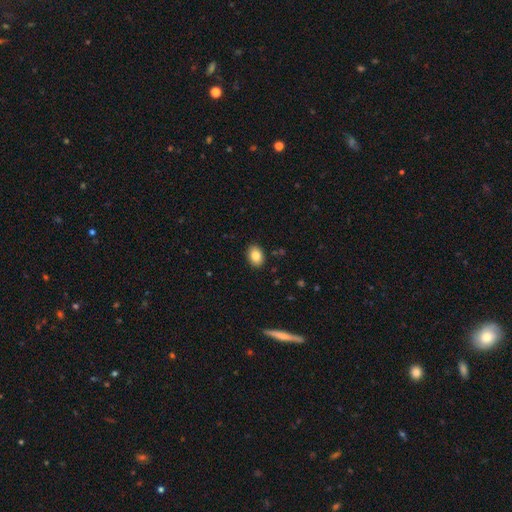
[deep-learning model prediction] This is clearly a smooth galaxy (84%). How rounded: likely in between (72%). Merging: clearly none (89%).